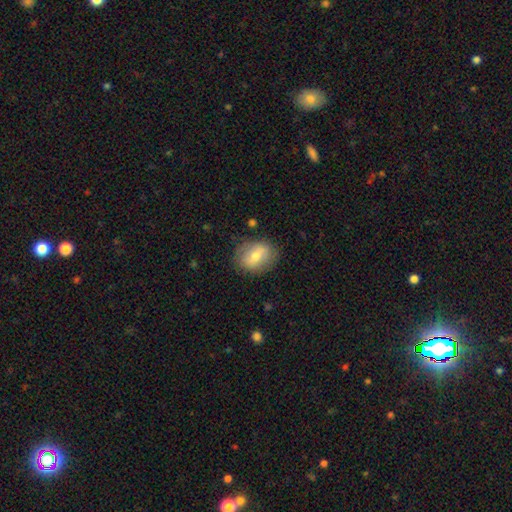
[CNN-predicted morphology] This appears to be a smooth galaxy with no disk features (61%) that is in between round and cigar-shaped (62%). Merging: none (78%).